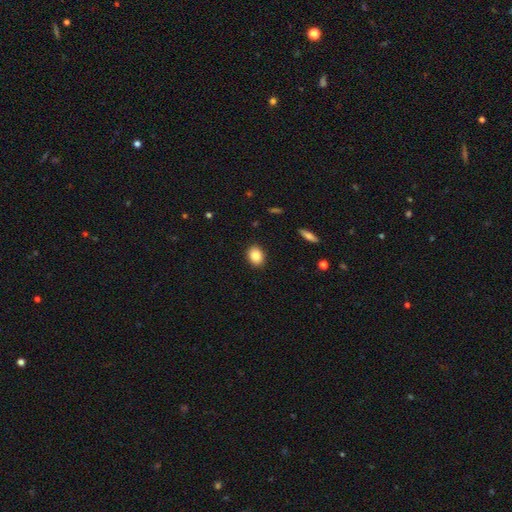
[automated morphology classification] A smooth galaxy with no disk features (86%) that is in between round and cigar-shaped (65%).

Vote fractions:
- Smooth or featured? smooth: 86% / star or artifact: 8% / featured or disk: 5%
- How rounded? in between: 65% / round: 34% / cigar-shaped: 1%
- Merging? none: 89% / minor disturbance: 8% / major disturbance: 2% / merger: 1%